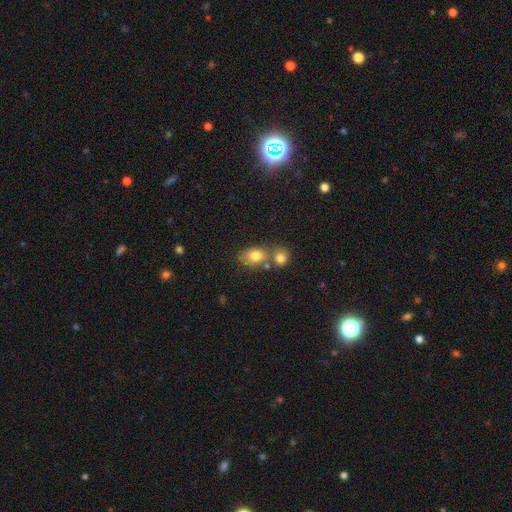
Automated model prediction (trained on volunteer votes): Morphology: type=smooth (79%); roundness=in between (65%); merging=none (44%).